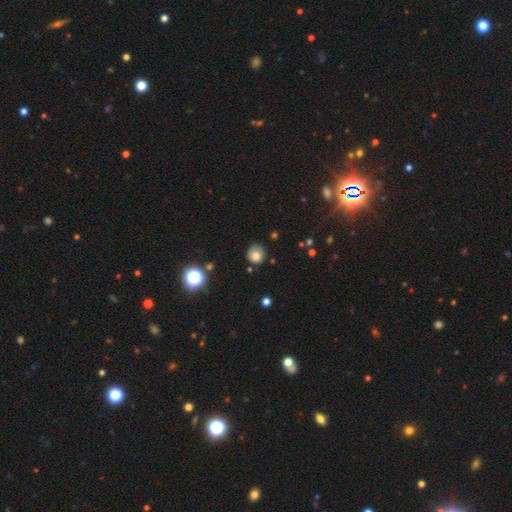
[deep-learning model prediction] Q: Smooth or featured?
A: smooth (77%); runner-up: star or artifact (12%)
Q: How rounded?
A: round (85%); runner-up: in between (14%)
Q: Merging?
A: none (73%); runner-up: minor disturbance (19%)